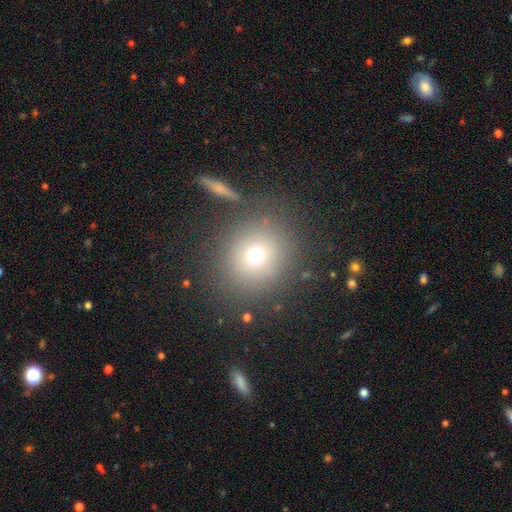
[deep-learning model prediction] Smooth or featured? smooth (69%)
How rounded? round (88%)
Merging? none (81%)